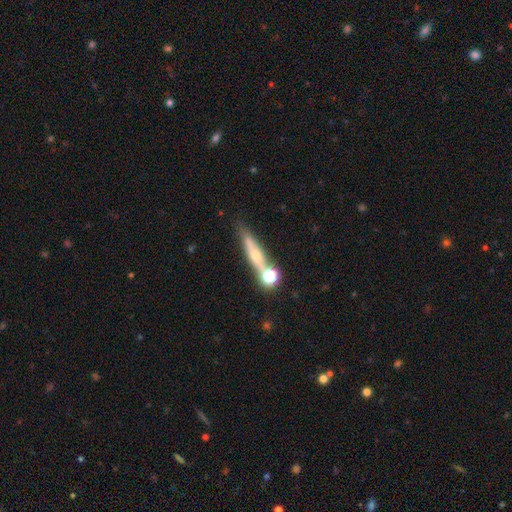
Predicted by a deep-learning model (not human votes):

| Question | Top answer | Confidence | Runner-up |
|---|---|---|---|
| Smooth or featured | featured or disk | 49% | smooth (41%) |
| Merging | none | 58% | merger (22%) |